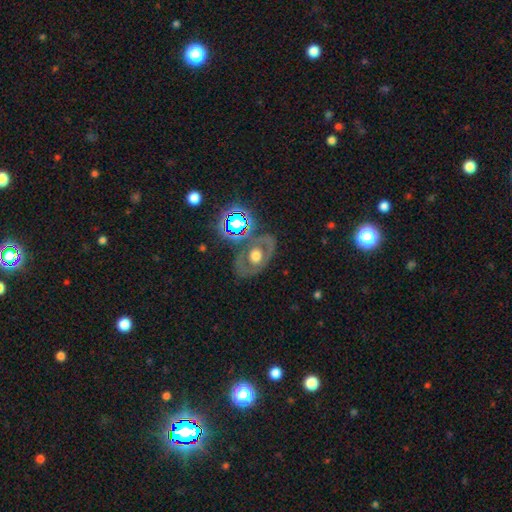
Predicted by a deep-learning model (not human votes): This appears to be a featured or disk galaxy (56%) with no bar (84%), no spiral arms (74%) and a moderate central bulge (46%). Merging: none (72%).